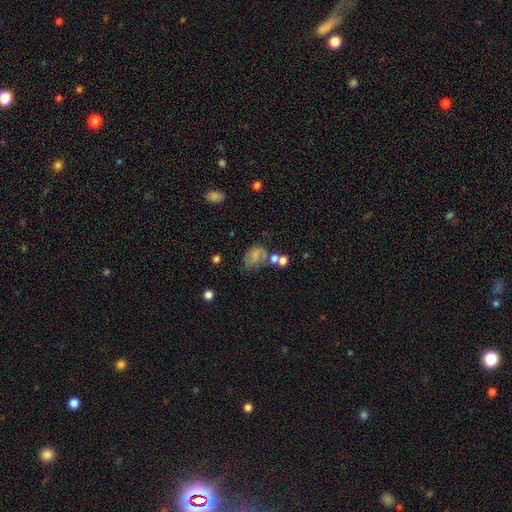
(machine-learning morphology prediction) type=smooth (63%); roundness=in between (72%); merging=none (32%).